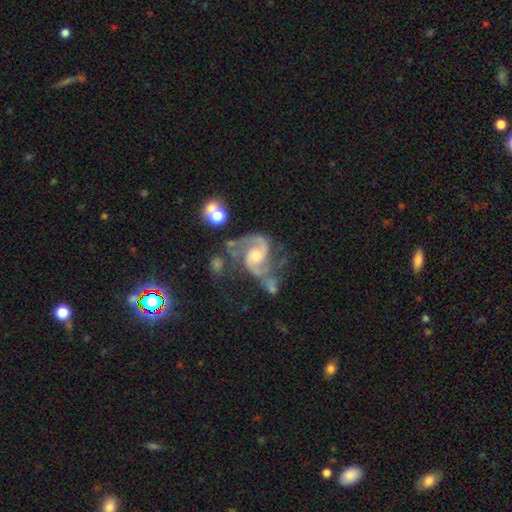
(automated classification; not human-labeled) This is clearly a featured or disk galaxy (89%). It is clearly not viewed edge-on (98%). Bar: possibly no (52%). Spiral arm pattern: clearly yes (97%). Spiral arm count: clearly 2 (90%). Spiral winding: possibly medium (58%). Central bulge: possibly moderate (57%). Merging: marginally none (41%).